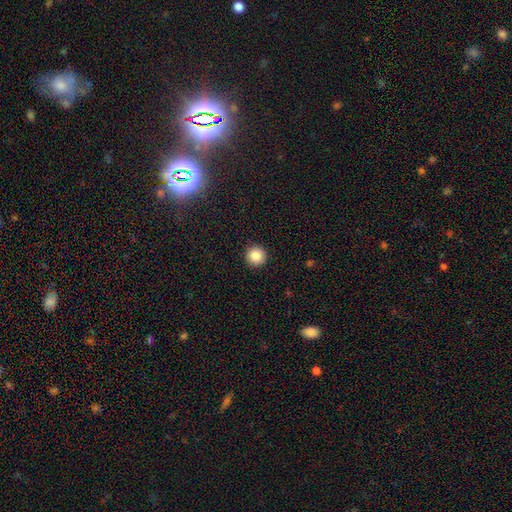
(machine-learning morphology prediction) Overall: smooth (85%). How rounded: round (96%). Merging: none (94%).